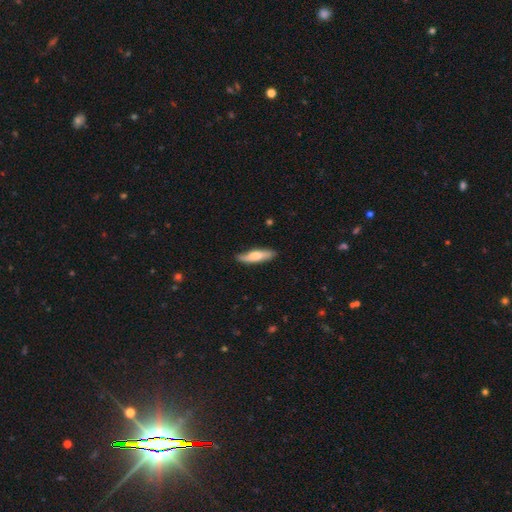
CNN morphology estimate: Smooth or featured? Predicted: smooth (p=0.60). How rounded? Predicted: cigar-shaped (p=0.69). Merging? Predicted: none (p=0.80).